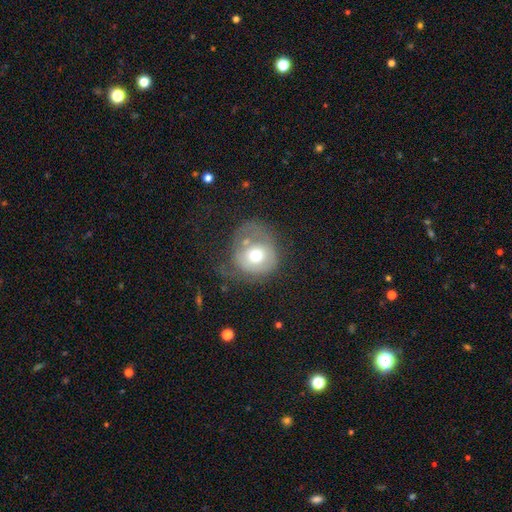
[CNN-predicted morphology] Smooth or featured?
  - smooth: 55% *
  - featured or disk: 36%
  - star or artifact: 9%
How rounded?
  - round: 74% *
  - in between: 25%
  - cigar-shaped: 1%
Merging?
  - major disturbance: 39% *
  - none: 28%
  - minor disturbance: 25%
  - merger: 8%